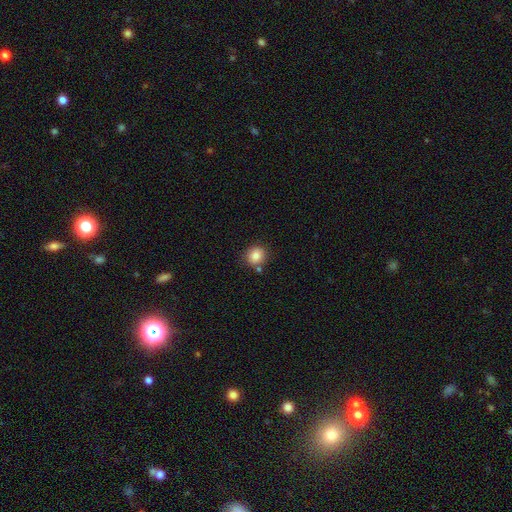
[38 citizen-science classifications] Volunteers were most divided on "merging": none: 78%, merger: 17%, minor disturbance: 3%, major disturbance: 3%. More confident: how rounded — round (94%); smooth or featured — smooth (92%).